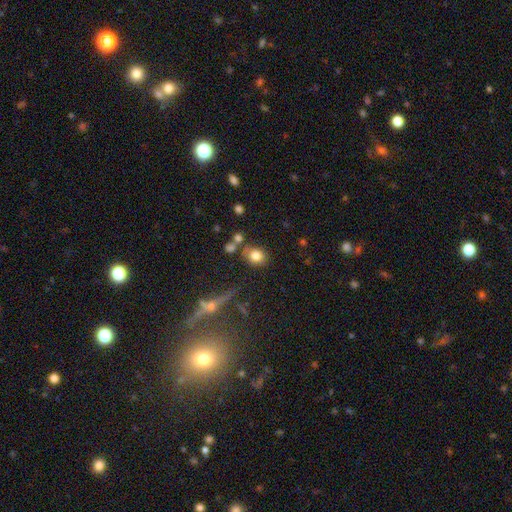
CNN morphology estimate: A smooth galaxy with no disk features (79%) that is round (58%).

Vote fractions:
- Smooth or featured? smooth: 79% / star or artifact: 11% / featured or disk: 10%
- How rounded? round: 58% / in between: 41% / cigar-shaped: 1%
- Merging? none: 73% / minor disturbance: 12% / merger: 11% / major disturbance: 4%